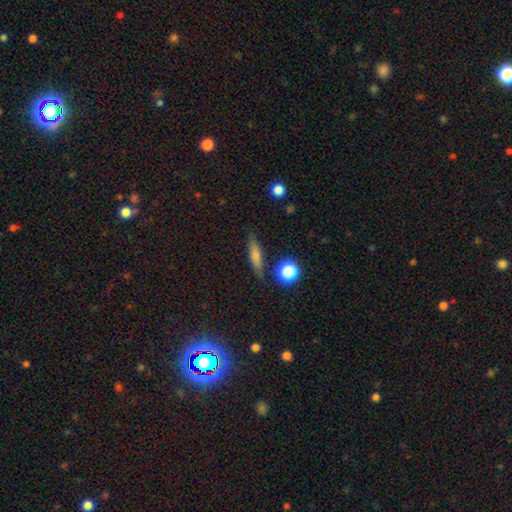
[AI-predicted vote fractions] smooth_or_featured: smooth (p=0.68) [alt: featured or disk p=0.22]
how_rounded: cigar-shaped (p=0.72) [alt: in between p=0.22]
merging: none (p=0.83) [alt: minor disturbance p=0.12]